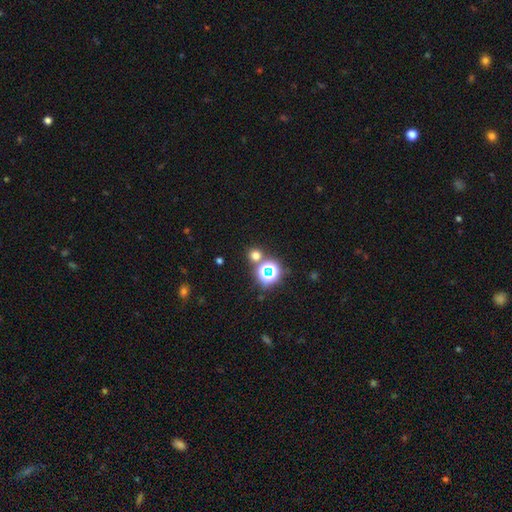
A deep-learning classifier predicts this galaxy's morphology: A smooth galaxy with no disk features (60%) that is round (90%).

Vote fractions:
- Smooth or featured? smooth: 60% / star or artifact: 34% / featured or disk: 6%
- How rounded? round: 90% / in between: 9% / cigar-shaped: 1%
- Merging? none: 77% / merger: 13% / minor disturbance: 7% / major disturbance: 3%